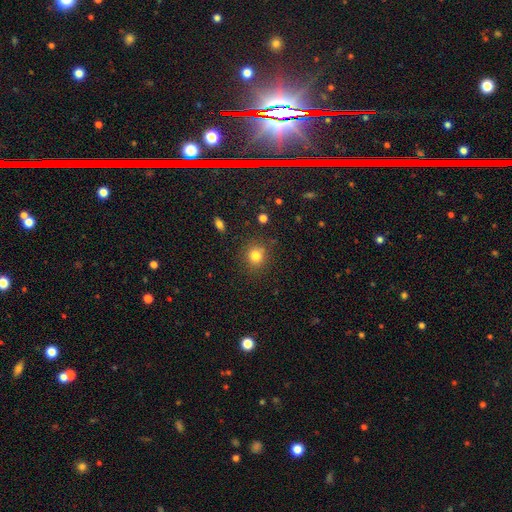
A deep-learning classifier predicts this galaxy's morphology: Q: Smooth or featured?
A: smooth (81%); runner-up: star or artifact (12%)
Q: How rounded?
A: round (83%); runner-up: in between (16%)
Q: Merging?
A: none (83%); runner-up: minor disturbance (10%)